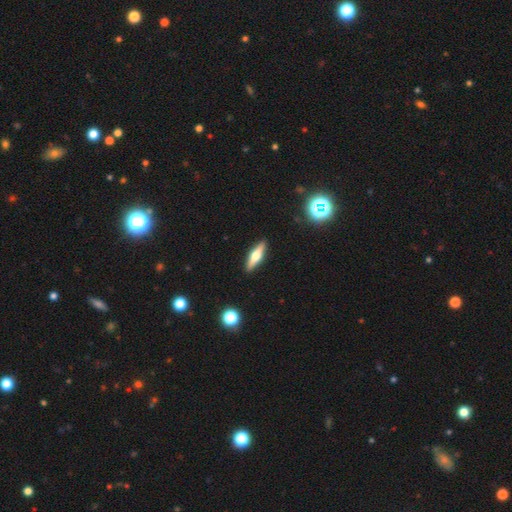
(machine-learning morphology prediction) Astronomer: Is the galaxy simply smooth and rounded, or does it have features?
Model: featured or disk — 56% (runner-up: smooth, 38%).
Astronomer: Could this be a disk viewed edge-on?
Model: yes — 94%.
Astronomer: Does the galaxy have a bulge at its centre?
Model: rounded — 94%.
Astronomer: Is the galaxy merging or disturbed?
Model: none — 90%.